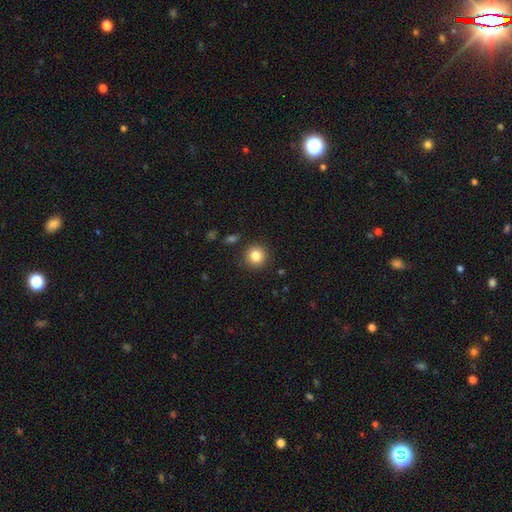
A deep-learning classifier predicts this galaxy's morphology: Q: Smooth or featured?
A: smooth (83%); runner-up: star or artifact (11%)
Q: How rounded?
A: round (94%); runner-up: in between (5%)
Q: Merging?
A: none (90%); runner-up: minor disturbance (6%)